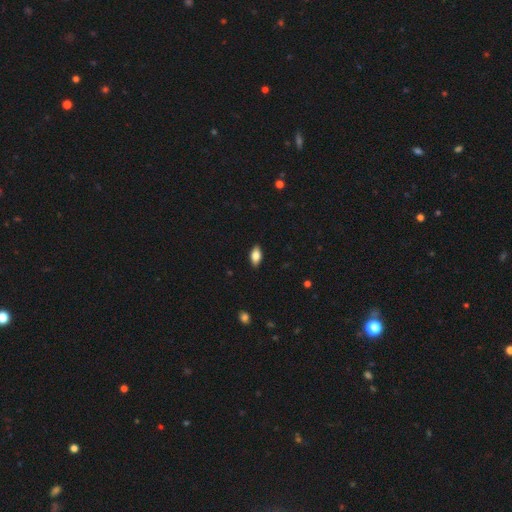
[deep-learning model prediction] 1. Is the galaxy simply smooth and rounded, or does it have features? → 81% smooth, 12% featured or disk, 7% star or artifact.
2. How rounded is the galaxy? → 90% in between, 6% cigar-shaped, 3% round.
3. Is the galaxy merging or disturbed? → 89% none, 9% minor disturbance, 2% major disturbance, 1% merger.